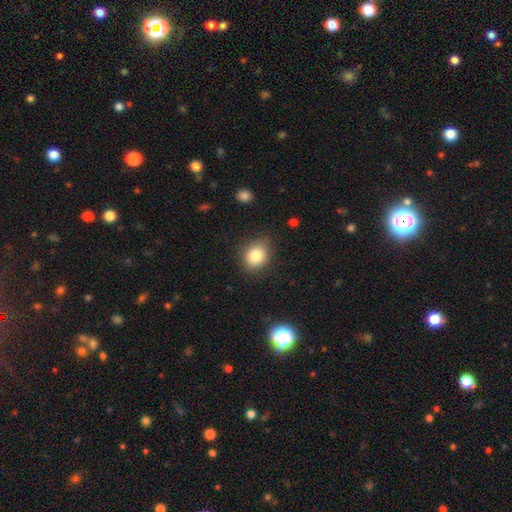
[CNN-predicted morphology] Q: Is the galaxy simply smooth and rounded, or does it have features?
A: smooth — 82%.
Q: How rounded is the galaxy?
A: round — 53%.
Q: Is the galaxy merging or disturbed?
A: none — 80%.